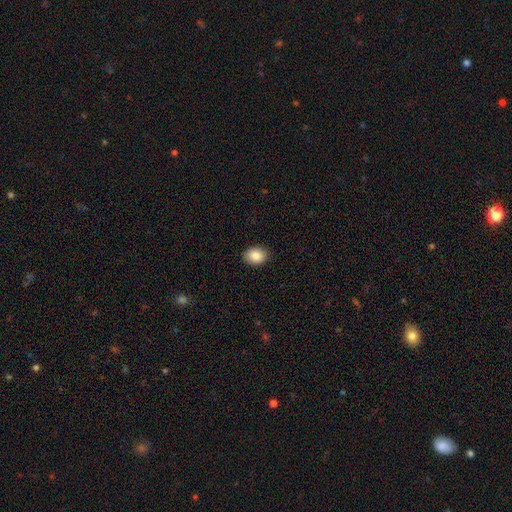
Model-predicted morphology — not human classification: Q: Smooth or featured?
A: smooth (88%); runner-up: star or artifact (8%)
Q: How rounded?
A: in between (66%); runner-up: round (33%)
Q: Merging?
A: none (89%); runner-up: minor disturbance (8%)